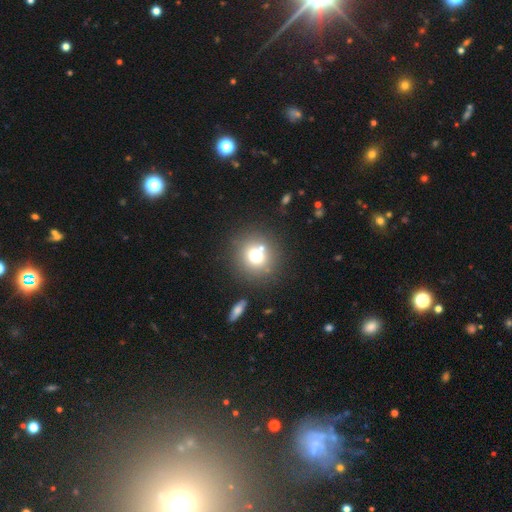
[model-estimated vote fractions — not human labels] Smooth or featured? smooth (68%)
How rounded? round (91%)
Merging? none (74%)